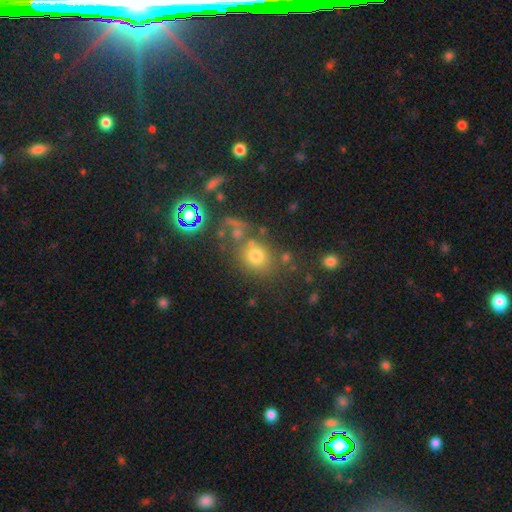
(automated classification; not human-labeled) Smooth or featured? smooth (65%)
How rounded? round (74%)
Merging? none (65%)